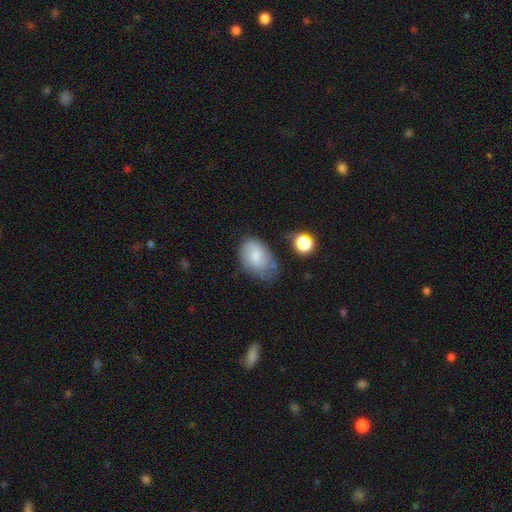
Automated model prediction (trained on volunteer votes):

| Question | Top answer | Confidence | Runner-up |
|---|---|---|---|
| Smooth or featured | smooth | 69% | featured or disk (23%) |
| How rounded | in between | 85% | round (14%) |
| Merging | none | 48% | minor disturbance (34%) |